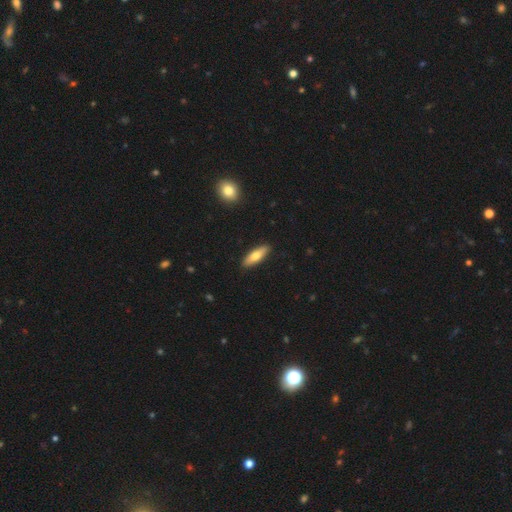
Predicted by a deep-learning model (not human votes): Smooth or featured? smooth (66%)
How rounded? cigar-shaped (55%)
Merging? none (90%)